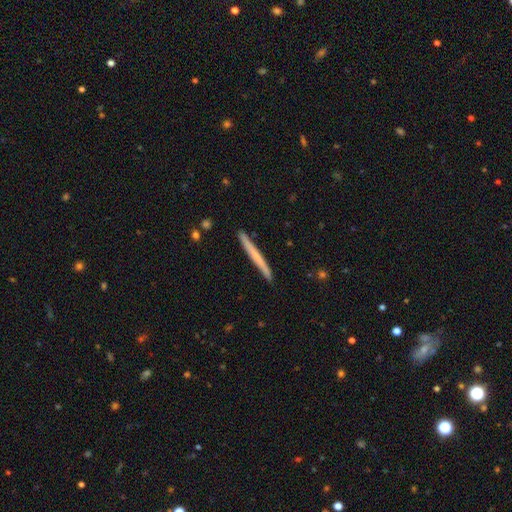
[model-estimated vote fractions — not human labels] Smooth or featured? Predicted: smooth (p=0.54). How rounded? Predicted: cigar-shaped (p=0.97). Merging? Predicted: none (p=0.91).